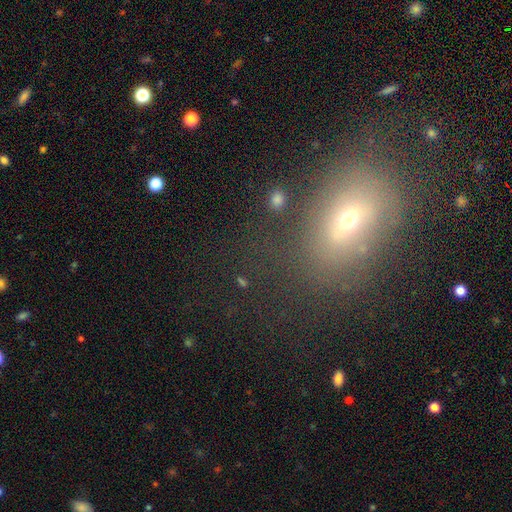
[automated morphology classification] The model was most divided on "smooth or featured": smooth: 48%, star or artifact: 30%, featured or disk: 22%. More confident: merging — none (65%).